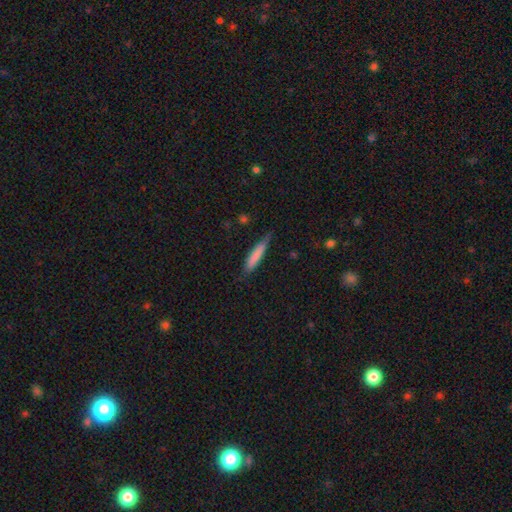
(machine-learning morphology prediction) Smooth or featured: smooth — 78% (featured or disk — 16%)
How rounded: cigar-shaped — 87% (in between — 11%)
Merging: none — 70% (minor disturbance — 24%)